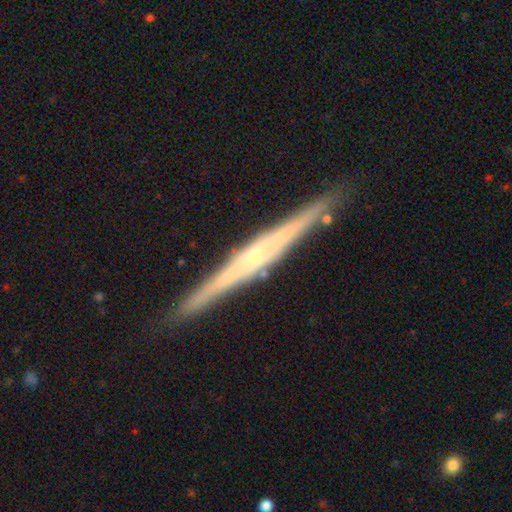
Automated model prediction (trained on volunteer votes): Smooth or featured? featured or disk (83%)
Edge-on disk? yes (98%)
Edge-on bulge? rounded (50%)
Merging? none (90%)